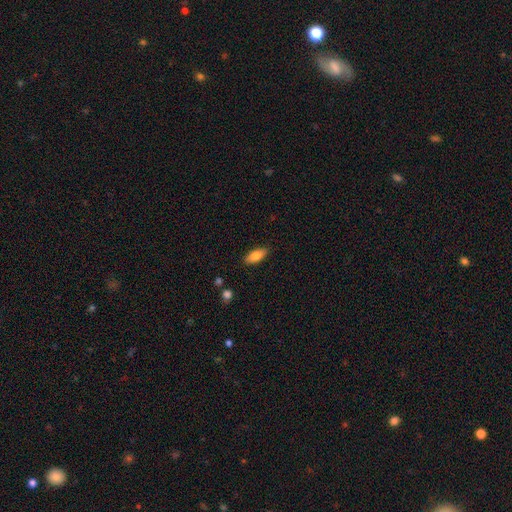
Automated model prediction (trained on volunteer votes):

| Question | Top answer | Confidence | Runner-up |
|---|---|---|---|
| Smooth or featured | smooth | 81% | featured or disk (12%) |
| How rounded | in between | 81% | cigar-shaped (16%) |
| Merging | none | 87% | minor disturbance (10%) |